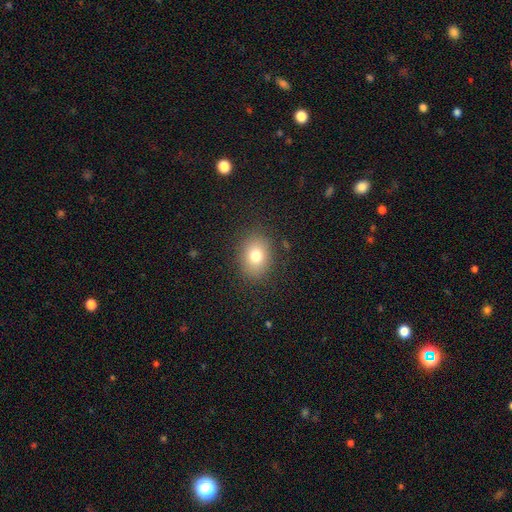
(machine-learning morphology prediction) This is likely a smooth galaxy (78%). How rounded: possibly in between (52%). Merging: clearly none (86%).